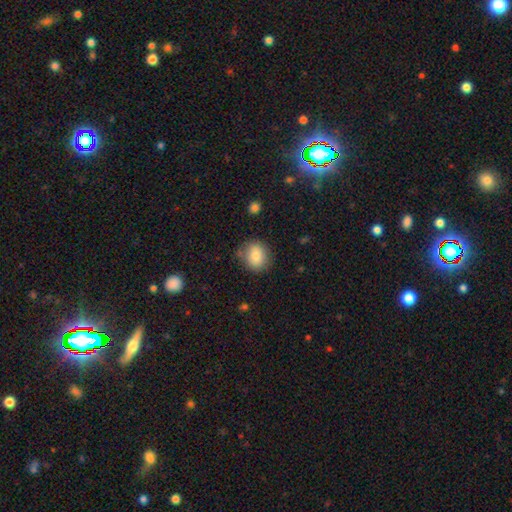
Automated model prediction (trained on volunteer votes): Morphology: type=smooth (82%); roundness=round (68%); merging=none (79%).